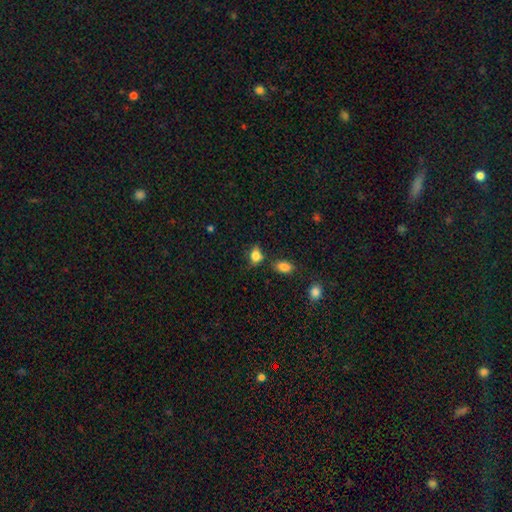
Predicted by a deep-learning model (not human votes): Smooth or featured: smooth — 82% (star or artifact — 11%)
How rounded: in between — 72% (round — 26%)
Merging: none — 56% (minor disturbance — 25%)